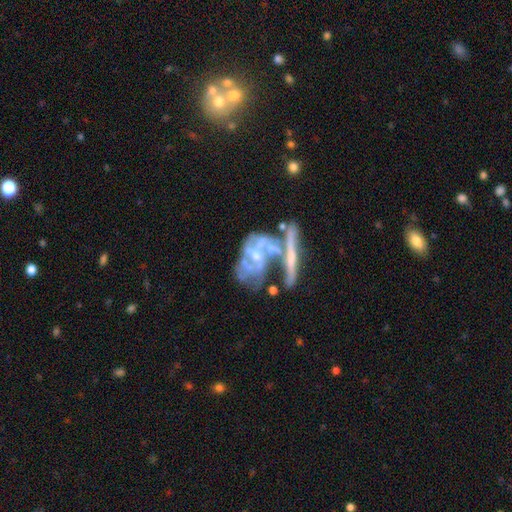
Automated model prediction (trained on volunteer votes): A featured or disk galaxy (76%) with no bar (71%), spiral arms (55%) and a small central bulge (41%).

Vote fractions:
- Smooth or featured? featured or disk: 76% / smooth: 15% / star or artifact: 10%
- Edge-on disk? no: 92% / yes: 8%
- Bar? no: 71% / weak: 21% / strong: 8%
- Spiral arms? yes: 55% / no: 45%
- Bulge size? small: 41% / moderate: 36% / none: 19% / large: 3% / dominant: 2%
- Merging? merger: 42% / major disturbance: 25% / none: 21% / minor disturbance: 12%